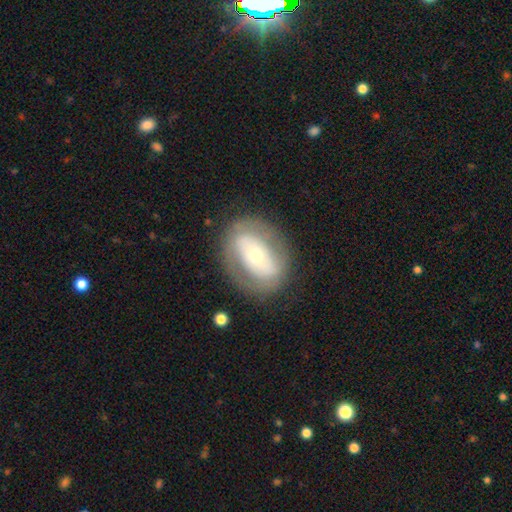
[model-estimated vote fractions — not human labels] Smooth or featured?
  - featured or disk: 59% *
  - smooth: 35%
  - star or artifact: 7%
Edge-on disk?
  - no: 92% *
  - yes: 8%
Bar?
  - no: 50% *
  - strong: 27%
  - weak: 23%
Spiral arms?
  - no: 66% *
  - yes: 34%
Bulge size?
  - small: 46% *
  - moderate: 44%
  - large: 6%
  - dominant: 2%
  - none: 1%
Merging?
  - none: 78% *
  - minor disturbance: 13%
  - major disturbance: 8%
  - merger: 1%